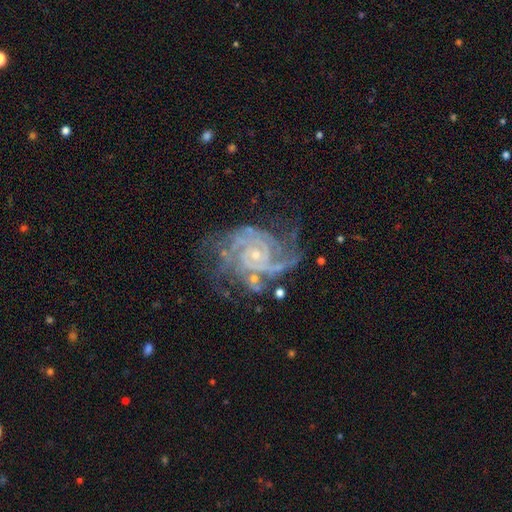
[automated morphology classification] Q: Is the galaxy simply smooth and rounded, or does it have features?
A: featured or disk — 91%.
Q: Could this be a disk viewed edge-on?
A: no — 98%.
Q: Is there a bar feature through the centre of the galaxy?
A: no — 70%.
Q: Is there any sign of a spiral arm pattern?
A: yes — 98%.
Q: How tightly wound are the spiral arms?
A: tight — 62%.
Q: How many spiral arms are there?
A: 2 — 34%.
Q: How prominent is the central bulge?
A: small — 79%.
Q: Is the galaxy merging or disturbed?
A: none — 60%.